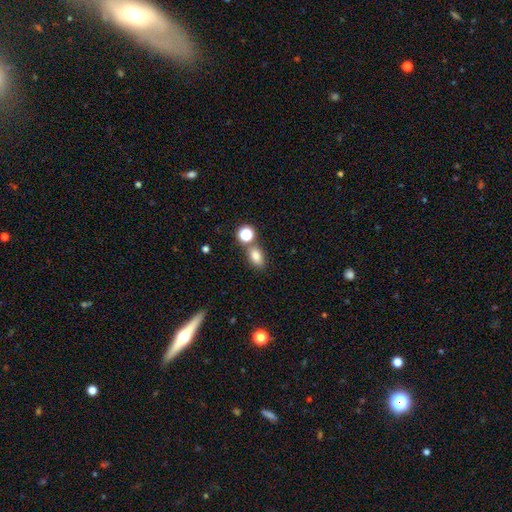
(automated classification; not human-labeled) This is likely a smooth galaxy (79%). How rounded: likely in between (77%). Merging: likely none (70%).